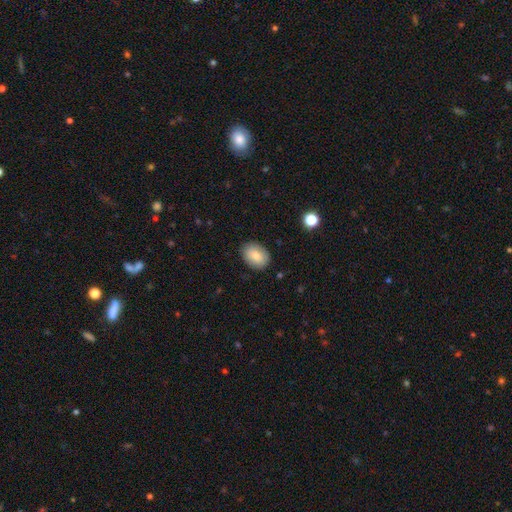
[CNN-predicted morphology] Smooth or featured? smooth (83%)
How rounded? in between (77%)
Merging? none (86%)